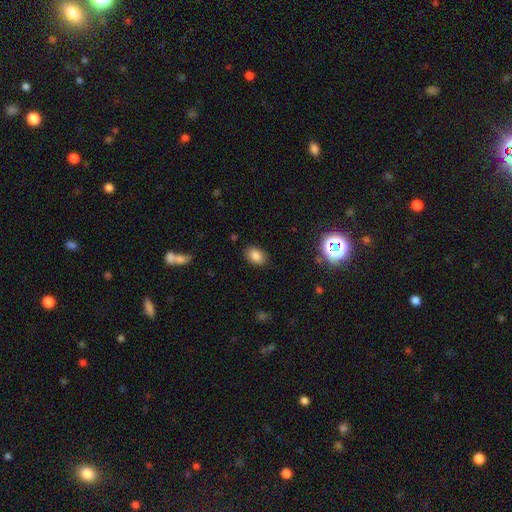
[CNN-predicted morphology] A smooth galaxy with no disk features (83%) that is in between round and cigar-shaped (82%). Merging: none (86%).